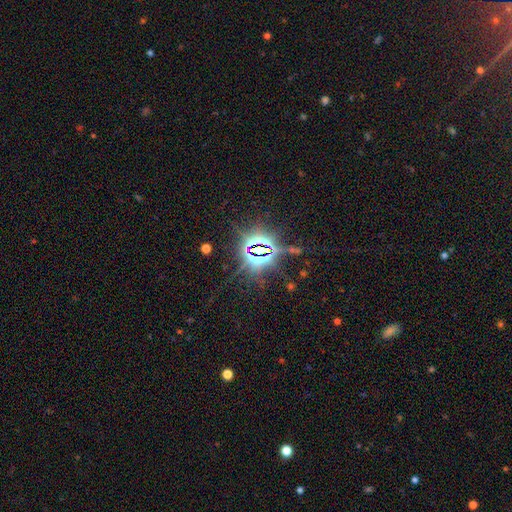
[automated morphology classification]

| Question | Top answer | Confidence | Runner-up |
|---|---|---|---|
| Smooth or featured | star or artifact | 86% | featured or disk (8%) |